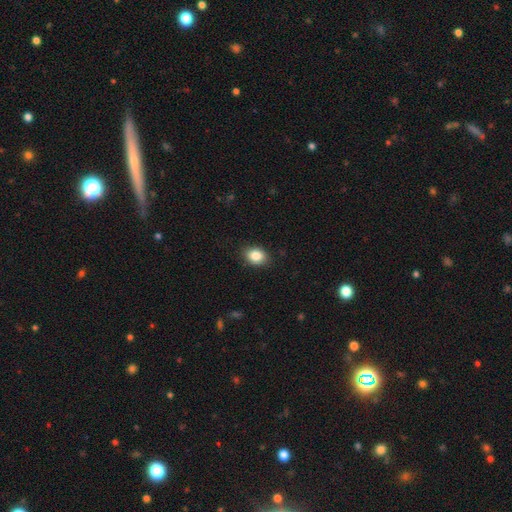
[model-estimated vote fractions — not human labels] Smooth or featured? Predicted: smooth (p=0.85). How rounded? Predicted: in between (p=0.72). Merging? Predicted: none (p=0.87).